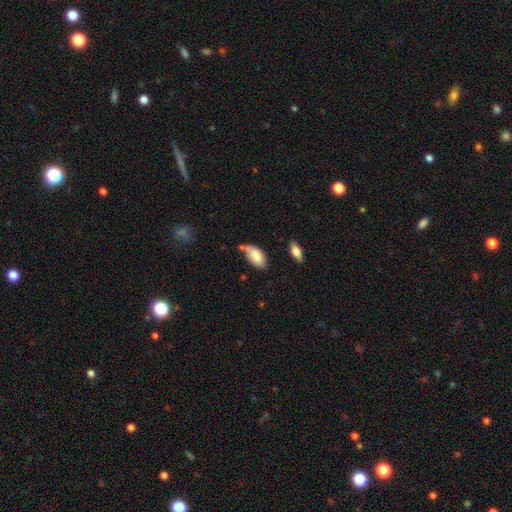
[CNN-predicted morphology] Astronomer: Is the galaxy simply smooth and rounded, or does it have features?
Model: smooth — 80%.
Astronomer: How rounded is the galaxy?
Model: in between — 94%.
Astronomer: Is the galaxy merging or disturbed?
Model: none — 53%.